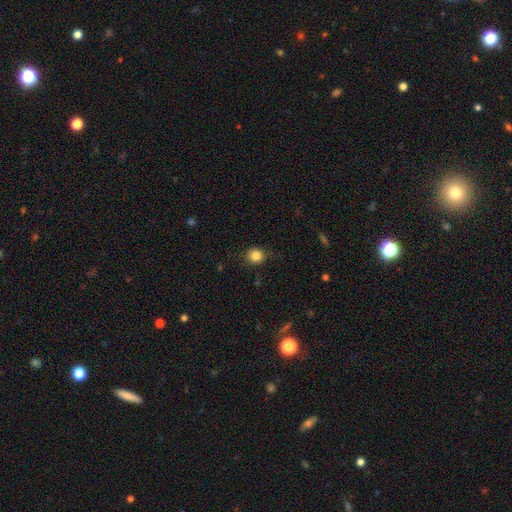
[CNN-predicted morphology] Overall: smooth (84%). How rounded: round (85%). Merging: none (83%).